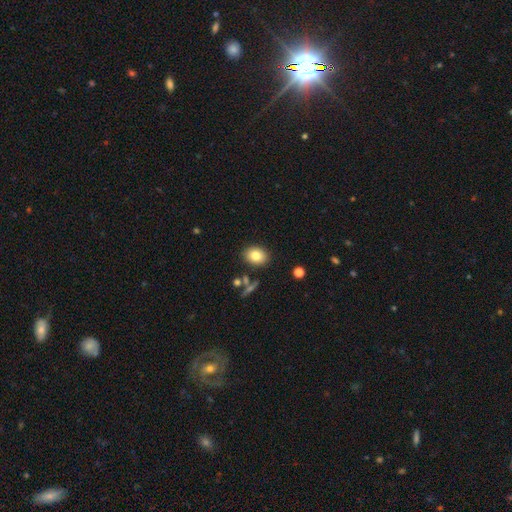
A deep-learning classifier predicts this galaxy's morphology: type=smooth (80%); roundness=in between (60%); merging=none (84%).